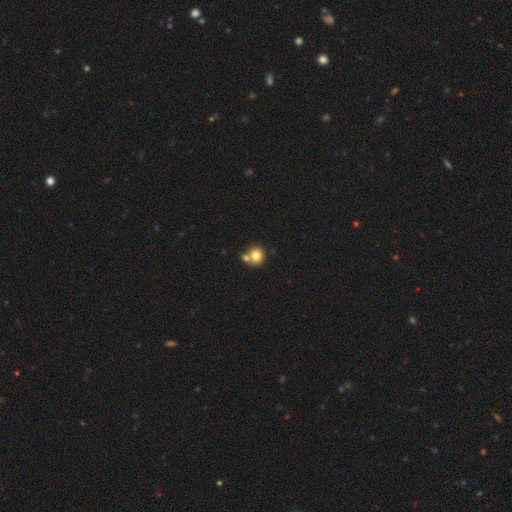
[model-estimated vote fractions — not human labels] A smooth galaxy with no disk features (78%) that is round (84%). Merging: none (50%).